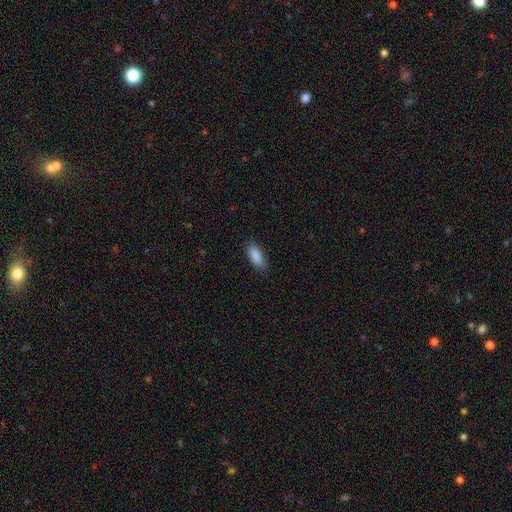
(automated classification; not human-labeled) This is clearly a smooth galaxy (90%). How rounded: likely in between (80%). Merging: clearly none (86%).